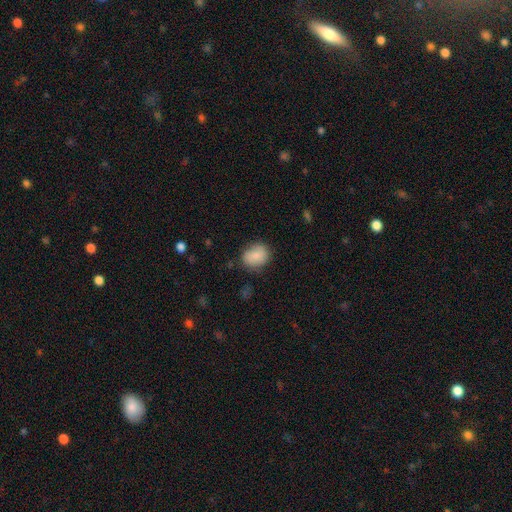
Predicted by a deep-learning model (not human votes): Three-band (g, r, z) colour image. It shows a smooth galaxy with no disk features (84%) that is round (50%). Merging: none (73%).